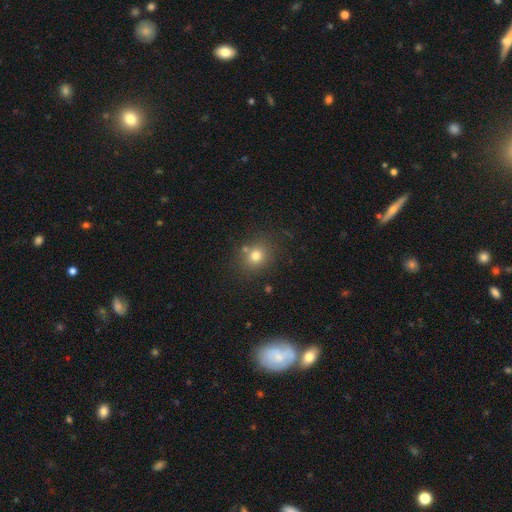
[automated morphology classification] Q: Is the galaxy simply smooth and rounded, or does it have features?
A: smooth — 75%.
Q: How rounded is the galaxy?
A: round — 77%.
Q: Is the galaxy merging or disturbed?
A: none — 76%.